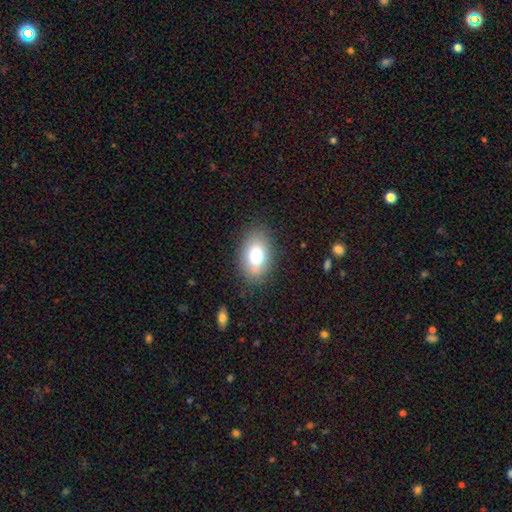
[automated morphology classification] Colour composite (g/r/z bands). It shows a smooth galaxy with no disk features (76%) that is in between round and cigar-shaped (87%). Merging: none (83%).